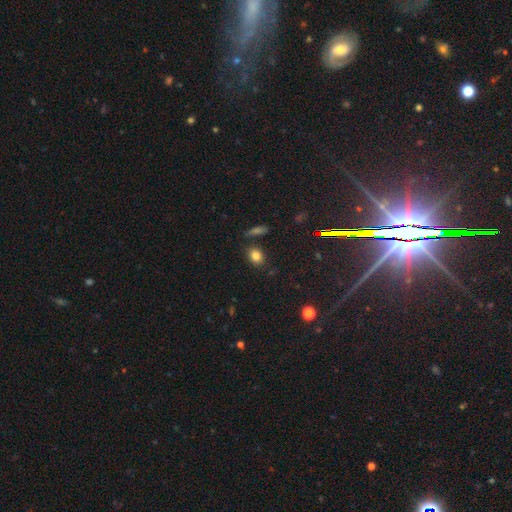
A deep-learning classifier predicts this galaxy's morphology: Smooth or featured?
  - smooth: 81% *
  - star or artifact: 12%
  - featured or disk: 7%
How rounded?
  - in between: 57% *
  - round: 41%
  - cigar-shaped: 2%
Merging?
  - none: 79% *
  - minor disturbance: 11%
  - merger: 6%
  - major disturbance: 3%